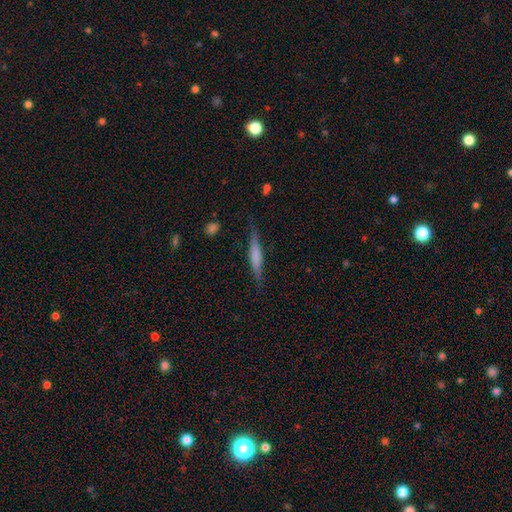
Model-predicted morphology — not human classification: This is possibly a smooth galaxy (50%). How rounded: clearly cigar-shaped (90%). Merging: clearly none (81%).